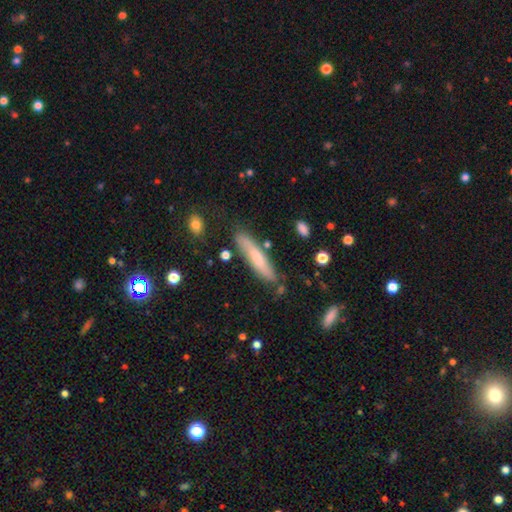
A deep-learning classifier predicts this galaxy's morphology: type=smooth (55%); roundness=cigar-shaped (84%); merging=none (77%).